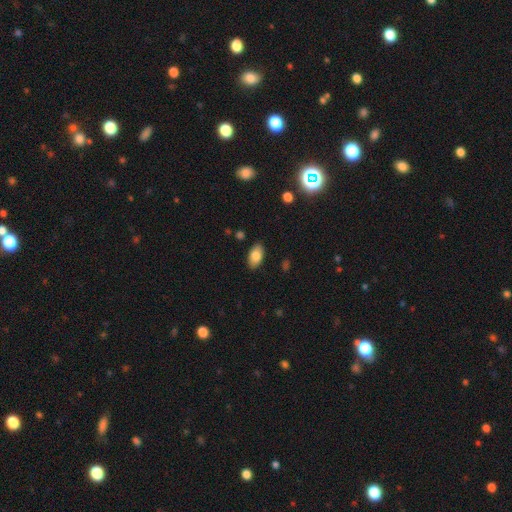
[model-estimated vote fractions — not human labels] A smooth galaxy with no disk features (82%) that is in between round and cigar-shaped (93%). Merging: none (87%).